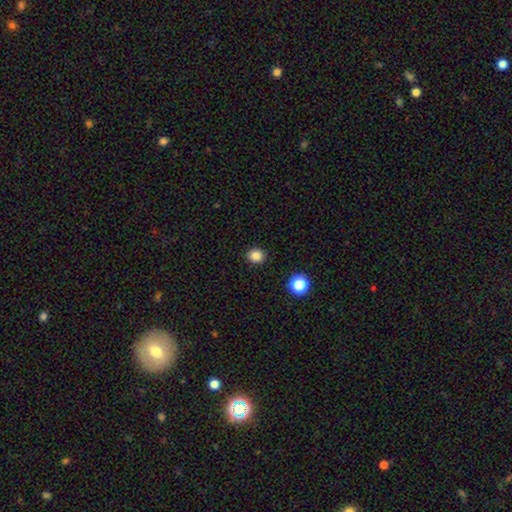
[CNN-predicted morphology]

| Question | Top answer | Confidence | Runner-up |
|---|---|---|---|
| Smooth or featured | smooth | 84% | star or artifact (12%) |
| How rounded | round | 80% | in between (19%) |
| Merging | none | 91% | minor disturbance (6%) |